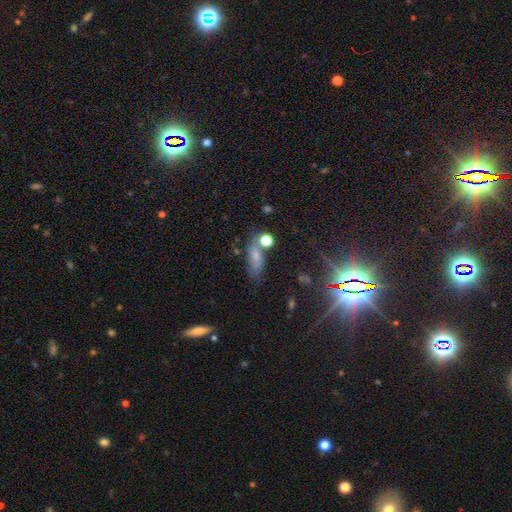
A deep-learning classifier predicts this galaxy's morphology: This appears to be a smooth galaxy with no disk features (56%) that is in between round and cigar-shaped (64%). Merging: none (56%).